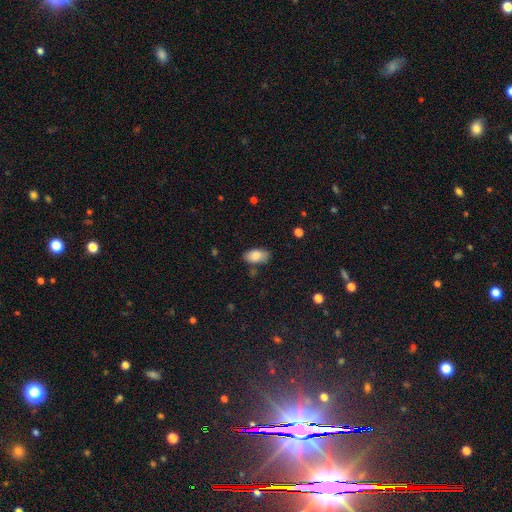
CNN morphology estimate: smooth 85%, featured or disk 8%, star or artifact 7%. Down the decision tree: how rounded — in between (94%); merging — none (75%).